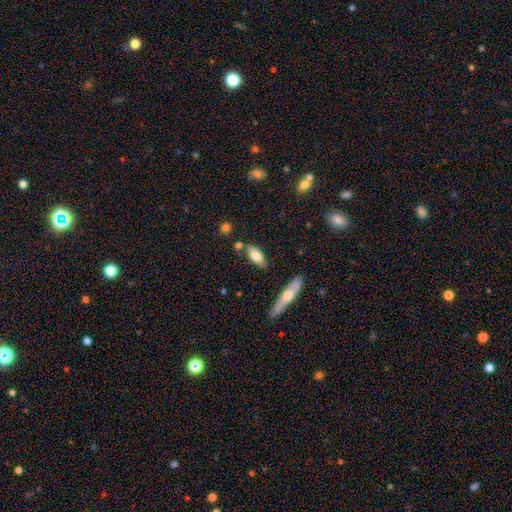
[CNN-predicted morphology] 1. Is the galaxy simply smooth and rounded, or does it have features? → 74% smooth, 19% featured or disk, 7% star or artifact.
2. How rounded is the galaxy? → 80% in between, 17% cigar-shaped, 3% round.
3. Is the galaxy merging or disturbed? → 74% none, 14% minor disturbance, 9% merger, 3% major disturbance.